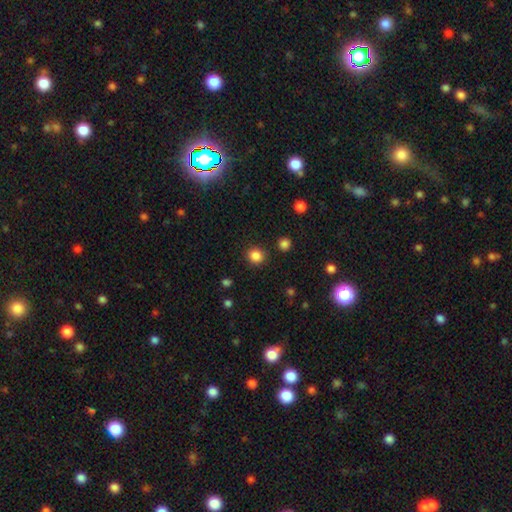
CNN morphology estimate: smooth_or_featured: smooth (p=0.85) [alt: star or artifact p=0.12]
how_rounded: round (p=0.88) [alt: in between p=0.11]
merging: none (p=0.89) [alt: minor disturbance p=0.06]